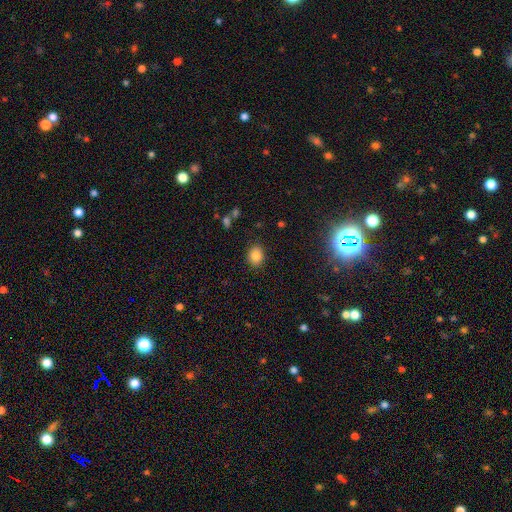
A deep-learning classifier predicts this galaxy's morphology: Overall: smooth (83%). How rounded: round (50%; in between 49%). Merging: none (86%).